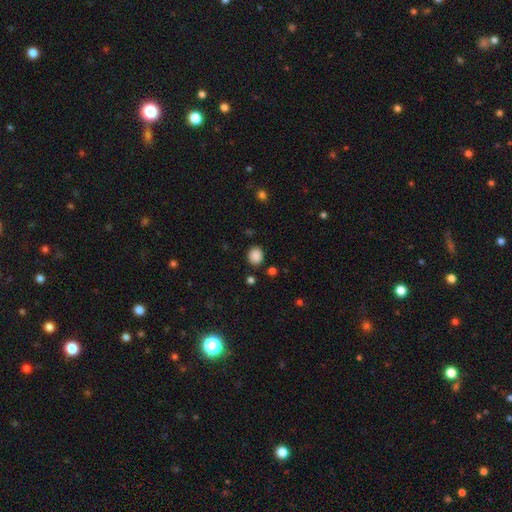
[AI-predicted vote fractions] Q: Smooth or featured?
A: smooth (86%); runner-up: star or artifact (10%)
Q: How rounded?
A: round (71%); runner-up: in between (28%)
Q: Merging?
A: none (85%); runner-up: minor disturbance (9%)